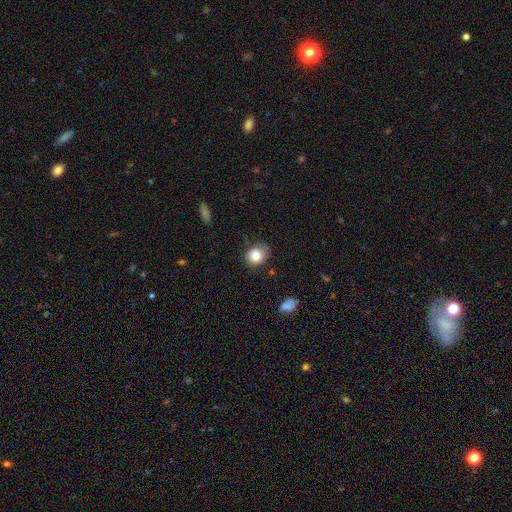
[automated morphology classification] smooth_or_featured: smooth (p=0.83) [alt: star or artifact p=0.09]
how_rounded: round (p=0.66) [alt: in between p=0.33]
merging: none (p=0.68) [alt: minor disturbance p=0.24]